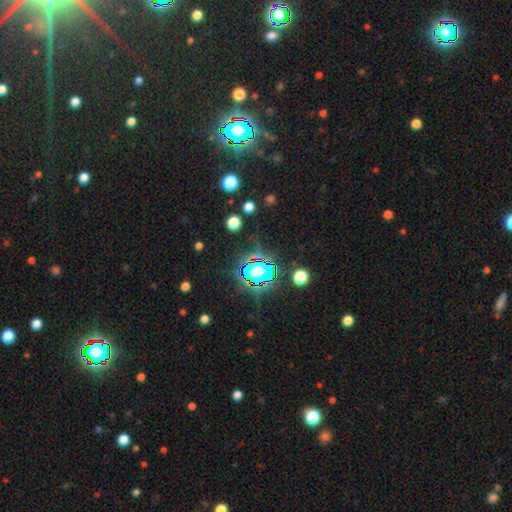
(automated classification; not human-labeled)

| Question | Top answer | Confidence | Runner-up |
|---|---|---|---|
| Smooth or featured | star or artifact | 82% | smooth (11%) |